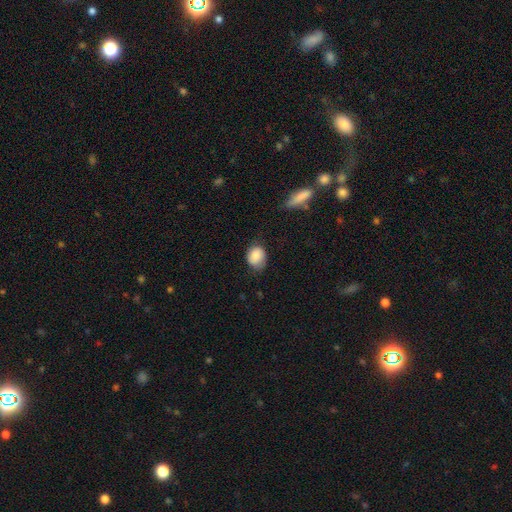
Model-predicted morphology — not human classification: type=smooth (81%); roundness=round (50%); merging=none (66%).